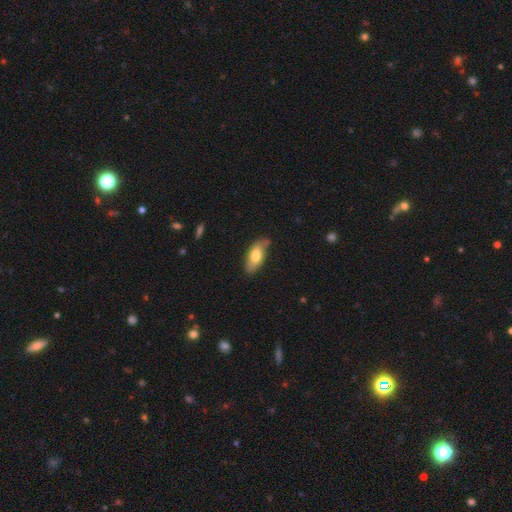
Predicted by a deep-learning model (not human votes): Smooth or featured? smooth (69%)
How rounded? in between (86%)
Merging? none (73%)